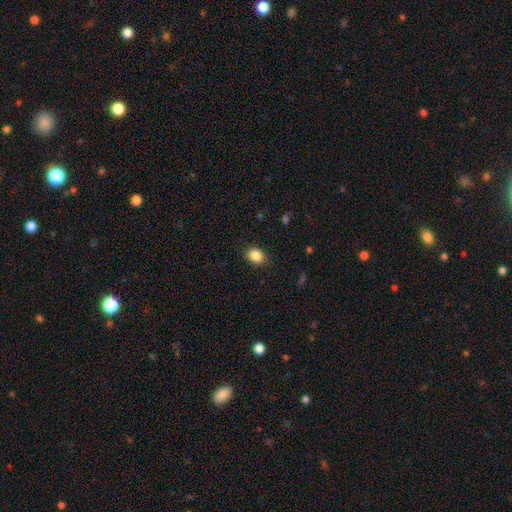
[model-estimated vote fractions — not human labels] smooth-or-featured: smooth: 87% | star or artifact: 9% | featured or disk: 4%
  how-rounded: in between: 54% | round: 45% | cigar-shaped: 1%
  merging: none: 88% | minor disturbance: 9% | major disturbance: 2% | merger: 1%